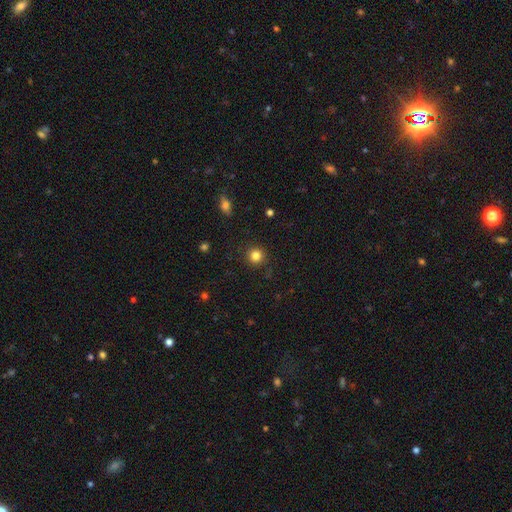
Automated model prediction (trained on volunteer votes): smooth-or-featured: smooth: 83% | star or artifact: 12% | featured or disk: 5%
  how-rounded: round: 93% | in between: 6% | cigar-shaped: 1%
  merging: none: 91% | minor disturbance: 6% | major disturbance: 2% | merger: 1%